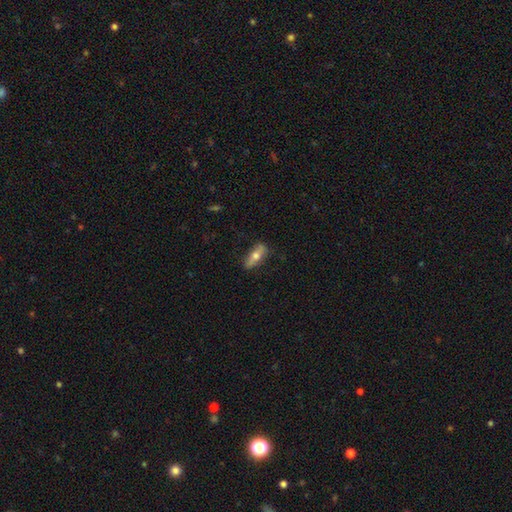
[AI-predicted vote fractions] smooth_or_featured: smooth (p=0.50) [alt: featured or disk p=0.44]
merging: none (p=0.79) [alt: minor disturbance p=0.15]